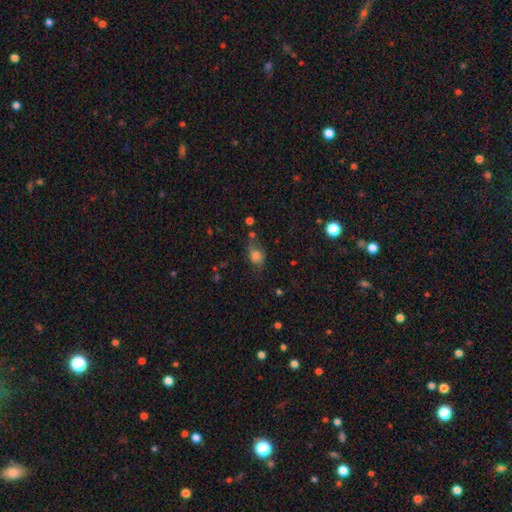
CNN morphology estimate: The model was most divided on "how rounded": in between: 58%, round: 40%, cigar-shaped: 2%. More confident: smooth or featured — smooth (74%); merging — none (53%).